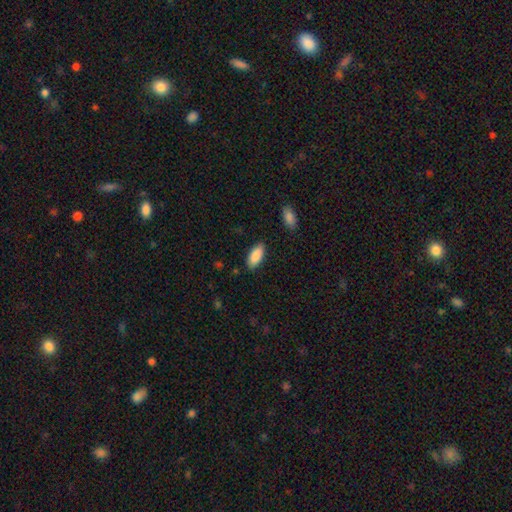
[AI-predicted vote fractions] The model was most divided on "merging": none: 86%, minor disturbance: 10%, major disturbance: 2%, merger: 2%. More confident: smooth or featured — smooth (89%); how rounded — in between (88%).